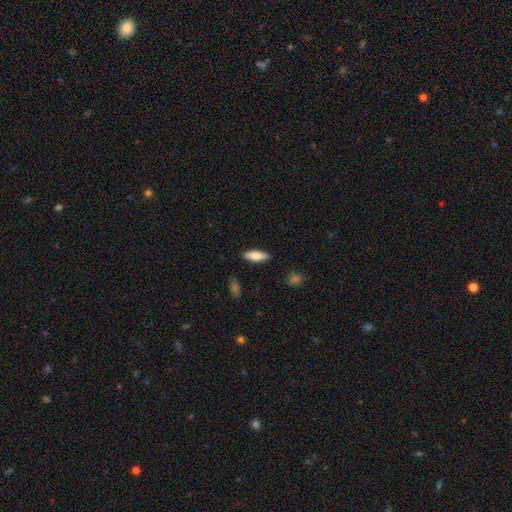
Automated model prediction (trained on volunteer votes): A smooth galaxy with no disk features (79%) that is in between round and cigar-shaped (60%).

Vote fractions:
- Smooth or featured? smooth: 79% / featured or disk: 15% / star or artifact: 6%
- How rounded? in between: 60% / cigar-shaped: 38% / round: 2%
- Merging? none: 87% / minor disturbance: 9% / major disturbance: 2% / merger: 1%